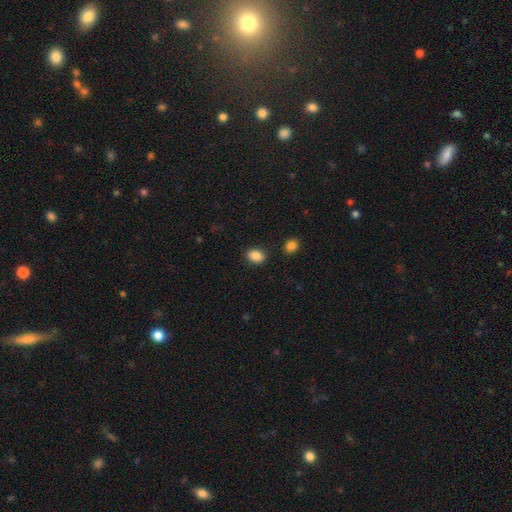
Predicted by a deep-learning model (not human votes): A smooth galaxy with no disk features (87%) that is in between round and cigar-shaped (68%). Merging: none (86%).